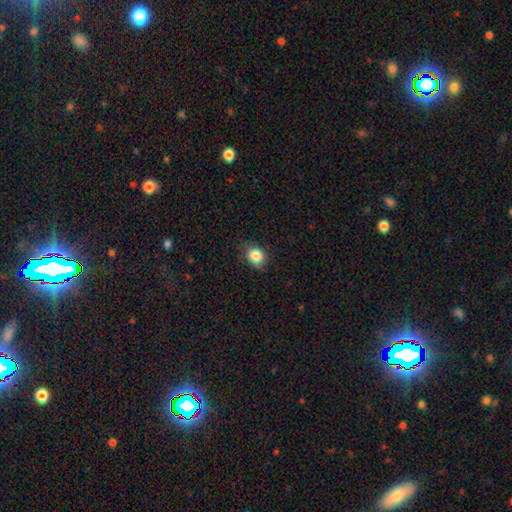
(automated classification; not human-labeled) Smooth or featured? smooth (84%)
How rounded? round (60%)
Merging? none (74%)